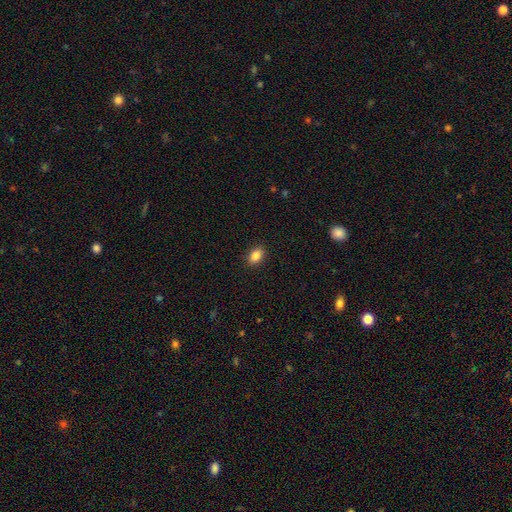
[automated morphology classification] Smooth or featured?
  - smooth: 86% *
  - star or artifact: 9%
  - featured or disk: 5%
How rounded?
  - in between: 84% *
  - round: 13%
  - cigar-shaped: 2%
Merging?
  - none: 90% *
  - minor disturbance: 7%
  - major disturbance: 2%
  - merger: 1%